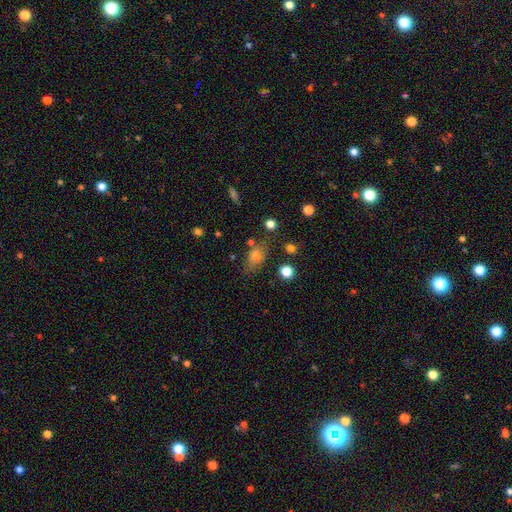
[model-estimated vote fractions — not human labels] The model was most divided on "merging": none: 68%, minor disturbance: 19%, major disturbance: 7%, merger: 7%. More confident: how rounded — in between (75%); smooth or featured — smooth (73%).